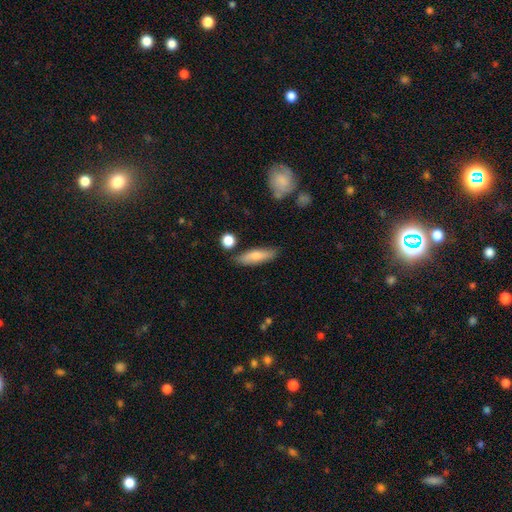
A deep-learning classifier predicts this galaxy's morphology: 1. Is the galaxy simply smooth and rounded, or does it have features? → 72% smooth, 22% featured or disk, 6% star or artifact.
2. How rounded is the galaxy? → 56% cigar-shaped, 42% in between, 3% round.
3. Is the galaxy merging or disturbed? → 80% none, 14% minor disturbance, 4% merger, 3% major disturbance.